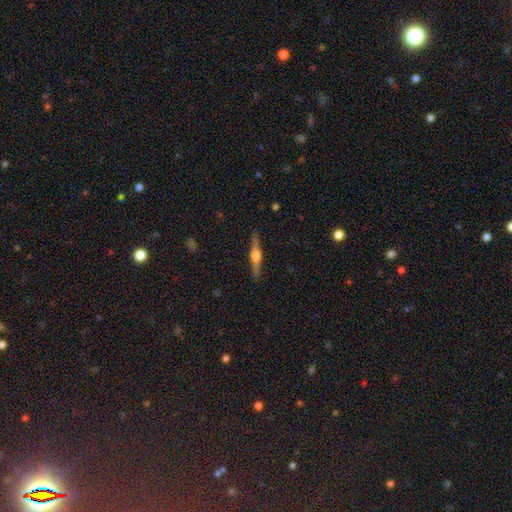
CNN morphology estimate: This appears to be a featured or disk galaxy (71%) viewed edge-on (97%) with a rounded central bulge (90%). Merging: none (90%).